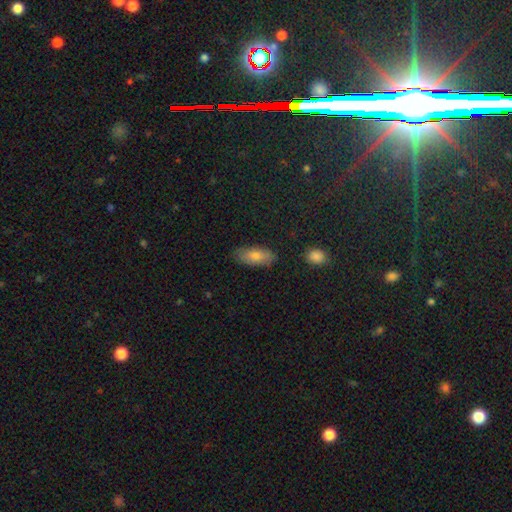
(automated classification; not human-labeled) A smooth galaxy with no disk features (72%) that is in between round and cigar-shaped (85%). Merging: none (81%).